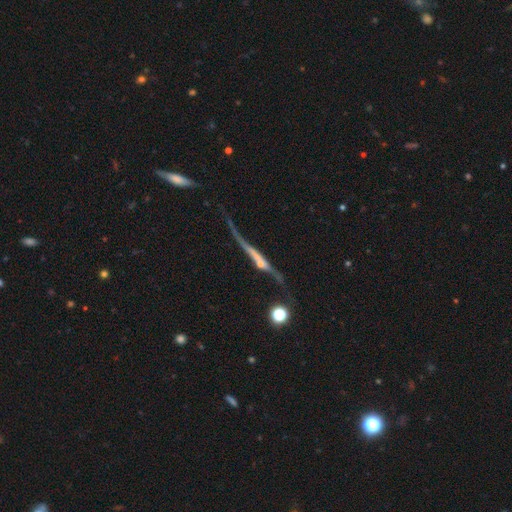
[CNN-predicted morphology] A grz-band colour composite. It shows a featured or disk galaxy (75%) viewed edge-on (84%) with a rounded central bulge (55%). Merging: none (51%).